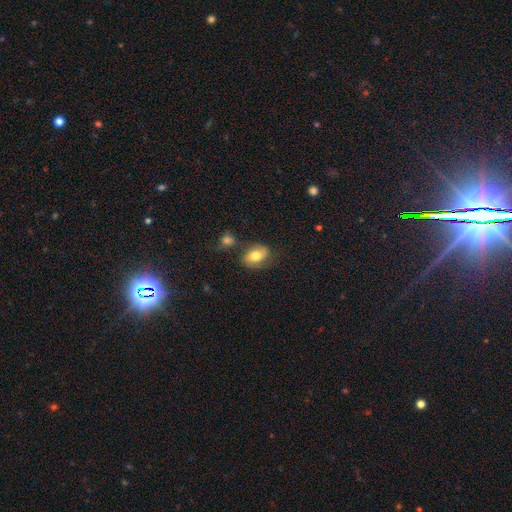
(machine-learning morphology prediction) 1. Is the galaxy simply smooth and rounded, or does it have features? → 61% smooth, 30% featured or disk, 9% star or artifact.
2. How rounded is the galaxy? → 79% in between, 19% round, 2% cigar-shaped.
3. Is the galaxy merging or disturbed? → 64% none, 19% minor disturbance, 10% merger, 7% major disturbance.